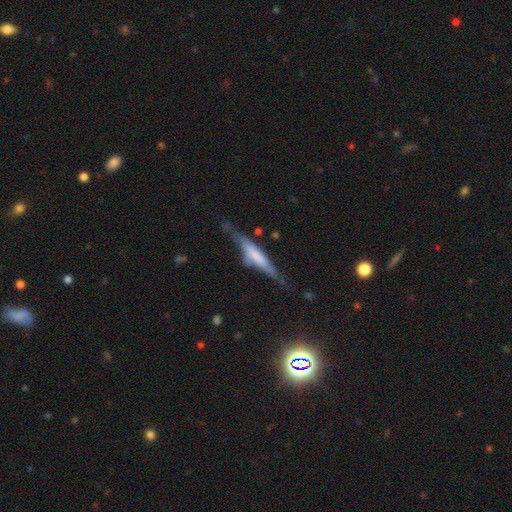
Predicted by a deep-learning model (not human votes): Q: Smooth or featured?
A: featured or disk (50%); runner-up: smooth (43%)
Q: Merging?
A: none (55%); runner-up: minor disturbance (27%)